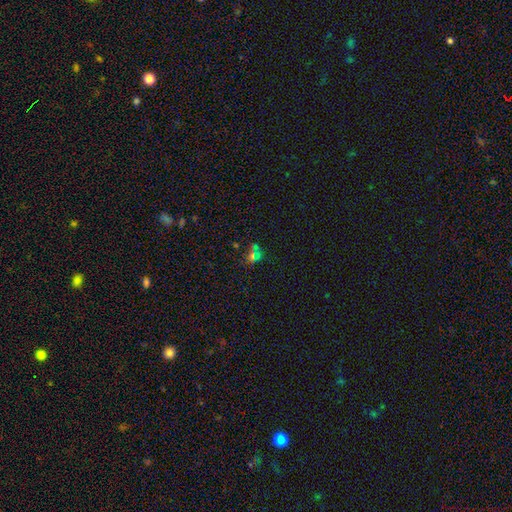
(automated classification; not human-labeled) A smooth galaxy with no disk features (48%).

Vote fractions:
- Smooth or featured? smooth: 48% / star or artifact: 33% / featured or disk: 19%
- Merging? none: 41% / merger: 35% / minor disturbance: 13% / major disturbance: 11%